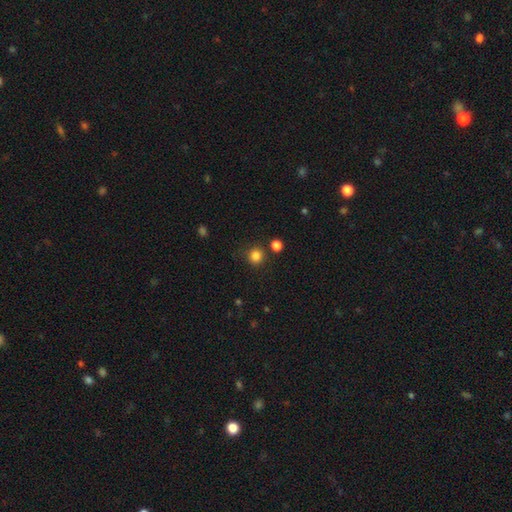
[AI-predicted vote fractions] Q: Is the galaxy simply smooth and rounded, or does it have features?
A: smooth — 83%.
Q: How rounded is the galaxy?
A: round — 92%.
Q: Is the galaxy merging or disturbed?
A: none — 84%.